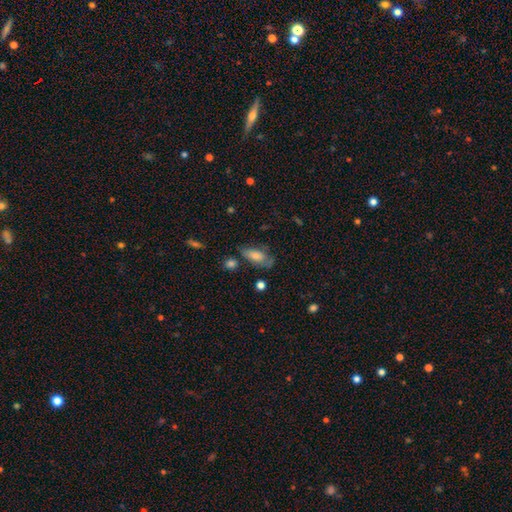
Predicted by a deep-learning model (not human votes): smooth_or_featured: smooth (p=0.62) [alt: featured or disk p=0.27]
how_rounded: in between (p=0.80) [alt: cigar-shaped p=0.16]
merging: none (p=0.59) [alt: minor disturbance p=0.26]